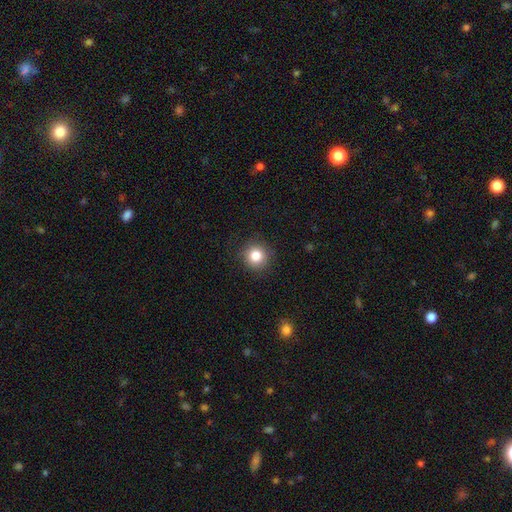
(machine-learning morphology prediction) A smooth galaxy with no disk features (84%) that is round (93%).

Vote fractions:
- Smooth or featured? smooth: 84% / star or artifact: 11% / featured or disk: 6%
- How rounded? round: 93% / in between: 6% / cigar-shaped: 1%
- Merging? none: 89% / minor disturbance: 7% / major disturbance: 2% / merger: 1%